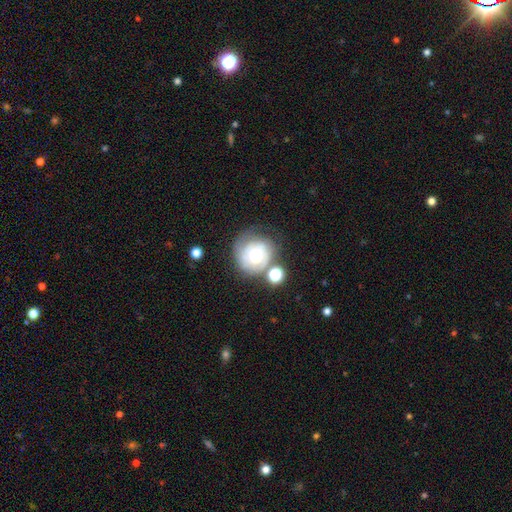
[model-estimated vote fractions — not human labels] Q: Smooth or featured?
A: featured or disk (55%); runner-up: smooth (36%)
Q: Edge-on disk?
A: no (97%); runner-up: yes (3%)
Q: Bar?
A: no (82%); runner-up: weak (15%)
Q: Spiral arms?
A: yes (73%); runner-up: no (27%)
Q: Bulge size?
A: moderate (59%); runner-up: small (28%)
Q: Merging?
A: none (53%); runner-up: minor disturbance (21%)